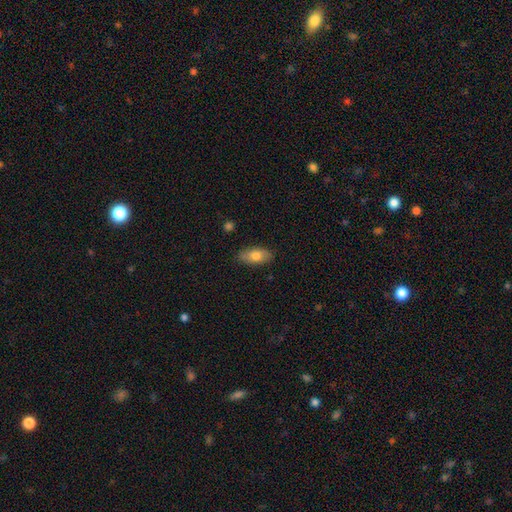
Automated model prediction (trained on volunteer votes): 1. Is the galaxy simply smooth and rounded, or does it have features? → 77% smooth, 16% featured or disk, 7% star or artifact.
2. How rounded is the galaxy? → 88% in between, 8% cigar-shaped, 4% round.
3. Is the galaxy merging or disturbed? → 86% none, 11% minor disturbance, 2% major disturbance, 1% merger.